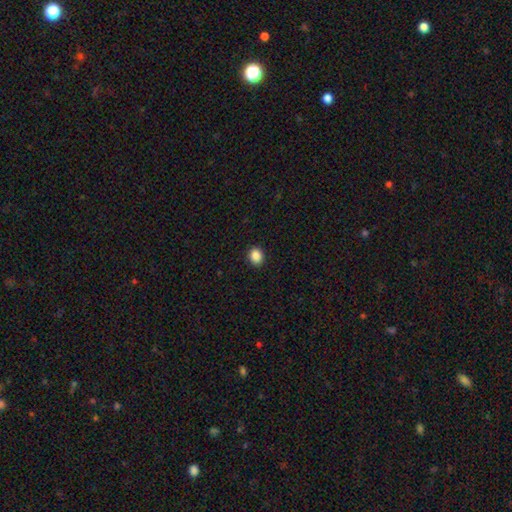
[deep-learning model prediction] Smooth or featured?
  - smooth: 87% *
  - star or artifact: 10%
  - featured or disk: 3%
How rounded?
  - round: 62% *
  - in between: 37%
  - cigar-shaped: 1%
Merging?
  - none: 91% *
  - minor disturbance: 6%
  - major disturbance: 2%
  - merger: 1%